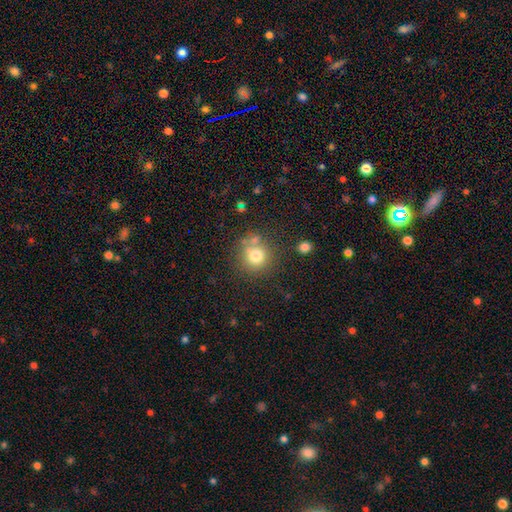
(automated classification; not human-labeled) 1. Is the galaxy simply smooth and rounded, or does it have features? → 76% smooth, 13% star or artifact, 11% featured or disk.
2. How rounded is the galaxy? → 90% round, 9% in between, 1% cigar-shaped.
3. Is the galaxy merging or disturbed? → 69% none, 14% merger, 12% minor disturbance, 5% major disturbance.